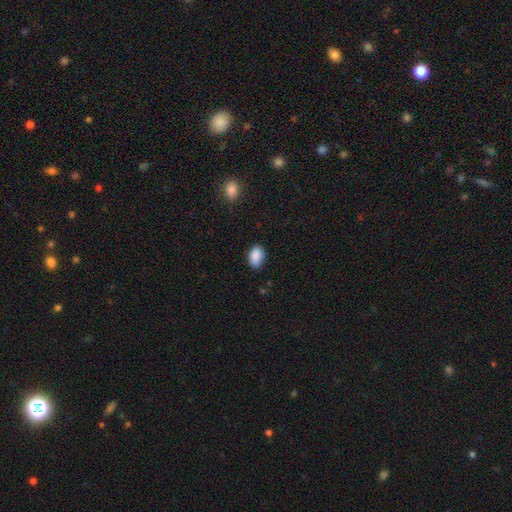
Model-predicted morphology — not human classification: A smooth galaxy with no disk features (88%) that is in between round and cigar-shaped (89%). Merging: none (78%).